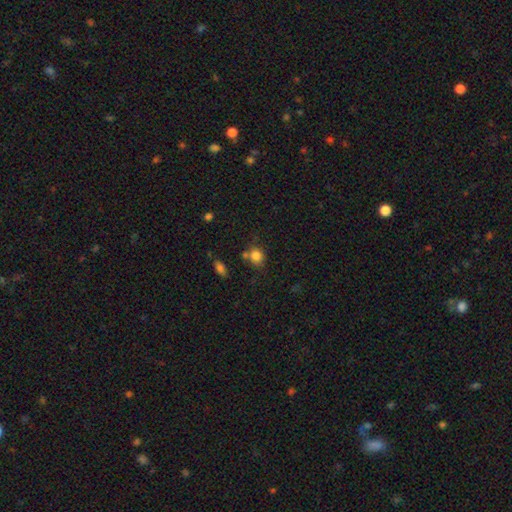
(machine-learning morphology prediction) A smooth galaxy with no disk features (83%) that is round (69%).

Vote fractions:
- Smooth or featured? smooth: 83% / star or artifact: 11% / featured or disk: 6%
- How rounded? round: 69% / in between: 30% / cigar-shaped: 1%
- Merging? none: 63% / minor disturbance: 16% / merger: 16% / major disturbance: 5%